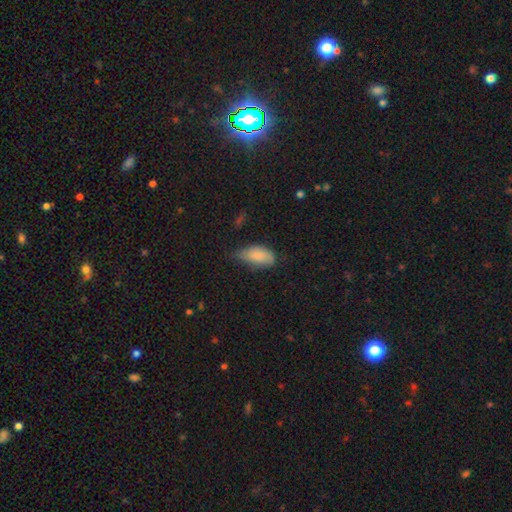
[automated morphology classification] A smooth galaxy with no disk features (83%) that is in between round and cigar-shaped (92%). Merging: minor disturbance (47%).